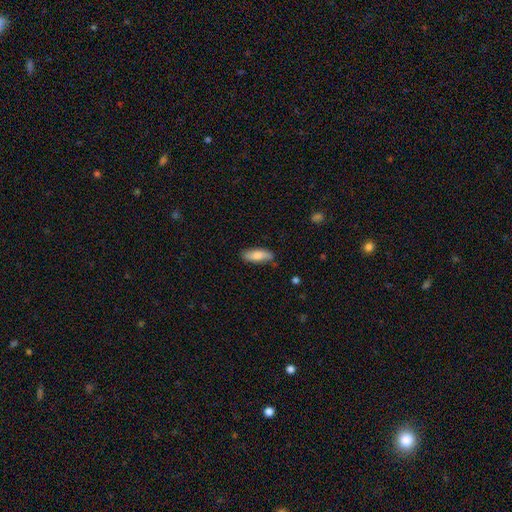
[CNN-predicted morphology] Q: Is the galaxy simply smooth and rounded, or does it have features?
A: smooth — 79%.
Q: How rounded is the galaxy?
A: in between — 72%.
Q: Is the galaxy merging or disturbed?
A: none — 83%.